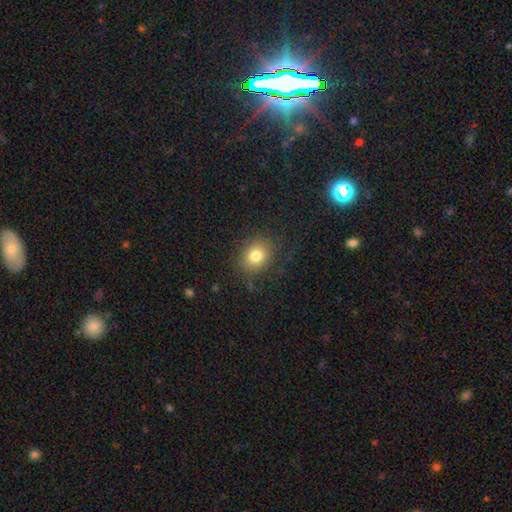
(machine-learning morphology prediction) Smooth or featured?
  - smooth: 79% *
  - star or artifact: 11%
  - featured or disk: 9%
How rounded?
  - round: 60% *
  - in between: 39%
  - cigar-shaped: 1%
Merging?
  - none: 81% *
  - minor disturbance: 12%
  - major disturbance: 6%
  - merger: 1%